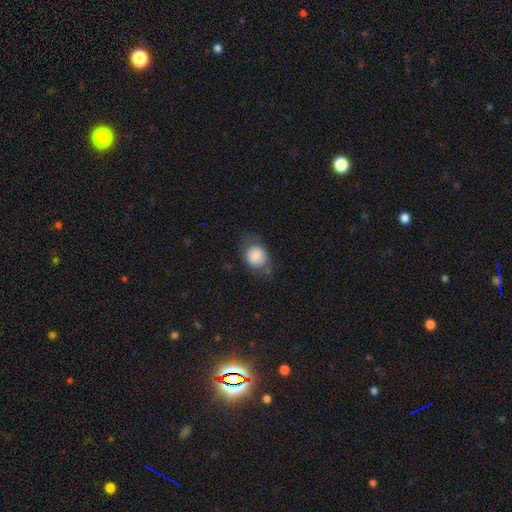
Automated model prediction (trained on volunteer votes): This is likely a smooth galaxy (78%). How rounded: likely round (64%). Merging: likely none (64%).